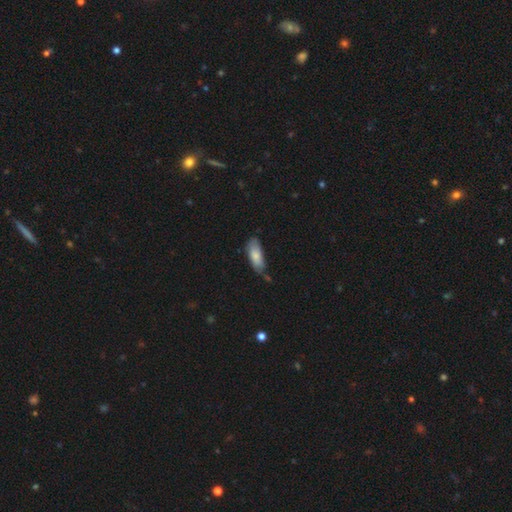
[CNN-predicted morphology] Q: Smooth or featured?
A: smooth (79%); runner-up: featured or disk (15%)
Q: How rounded?
A: in between (76%); runner-up: cigar-shaped (22%)
Q: Merging?
A: none (52%); runner-up: minor disturbance (35%)